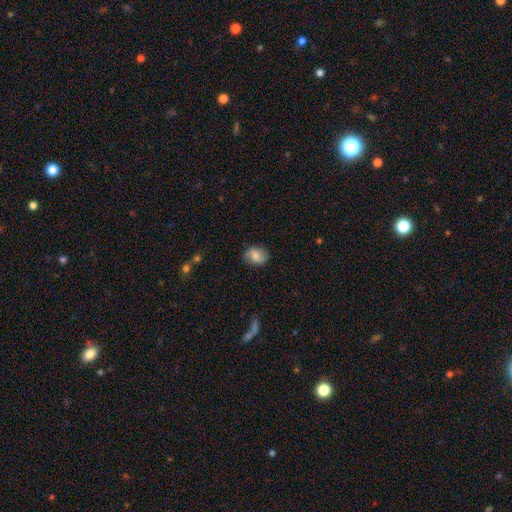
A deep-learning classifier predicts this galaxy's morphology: smooth-or-featured: smooth: 73% | featured or disk: 18% | star or artifact: 8%
  how-rounded: in between: 60% | round: 38% | cigar-shaped: 1%
  merging: none: 80% | minor disturbance: 15% | major disturbance: 4% | merger: 1%